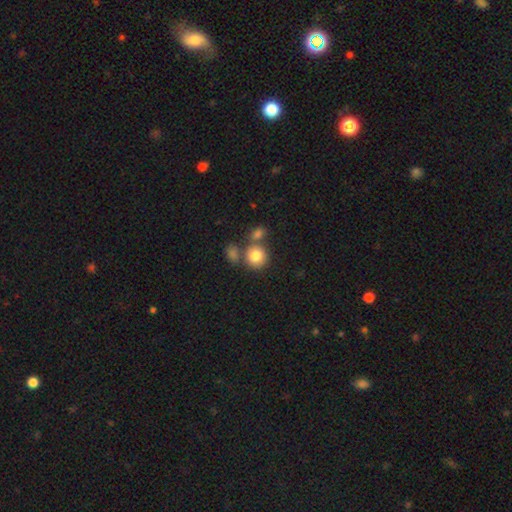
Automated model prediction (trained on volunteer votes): A smooth galaxy with no disk features (80%) that is round (83%). Merging: none (58%).